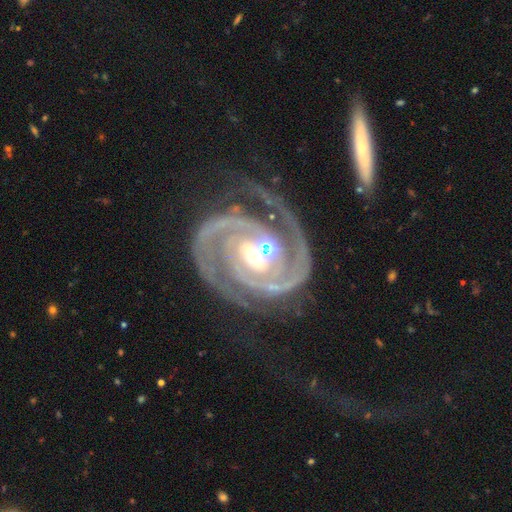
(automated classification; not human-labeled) featured or disk 92%, star or artifact 5%, smooth 3%. Down the decision tree: edge-on disk — no (98%); bar — no (40%); spiral arms — yes (98%); spiral arm count — 2 (86%); spiral winding — tight (61%); bulge size — moderate (59%); merging — none (60%).